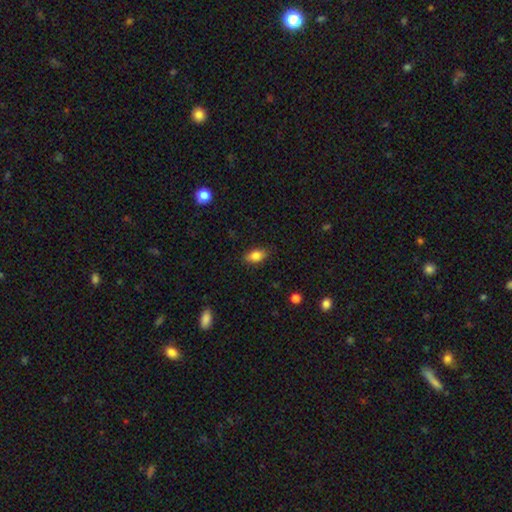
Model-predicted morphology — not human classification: Q: Smooth or featured?
A: smooth (83%); runner-up: featured or disk (9%)
Q: How rounded?
A: in between (87%); runner-up: round (8%)
Q: Merging?
A: none (86%); runner-up: minor disturbance (11%)